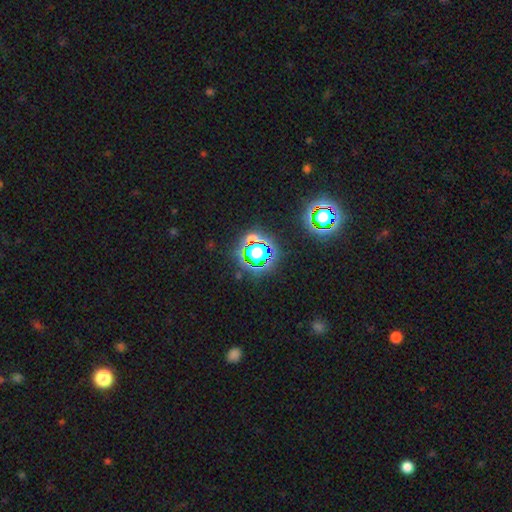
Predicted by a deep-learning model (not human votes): Smooth or featured? star or artifact (78%)